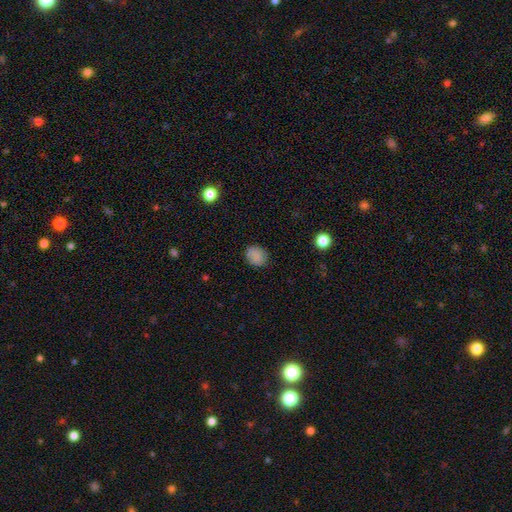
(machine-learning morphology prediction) This appears to be a smooth galaxy with no disk features (84%) that is round (70%). Merging: none (82%).